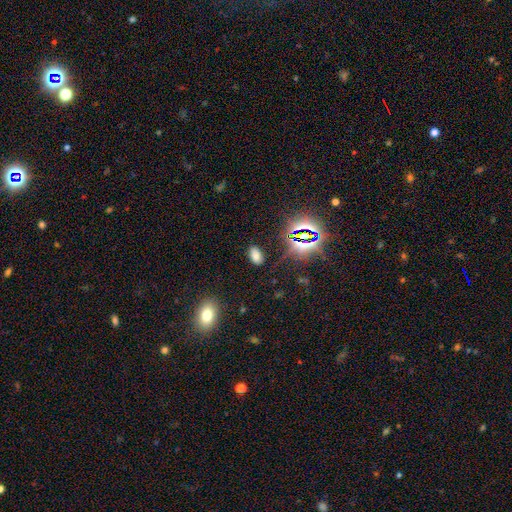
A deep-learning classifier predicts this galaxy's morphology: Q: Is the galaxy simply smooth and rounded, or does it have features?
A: smooth — 66%.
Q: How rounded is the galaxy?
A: in between — 92%.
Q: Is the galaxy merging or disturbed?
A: none — 84%.